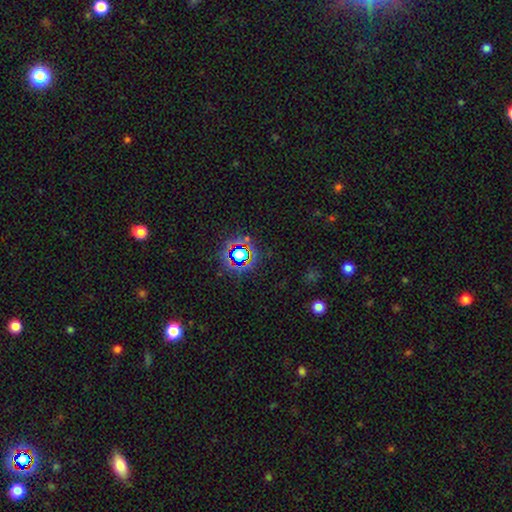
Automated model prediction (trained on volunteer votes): smooth_or_featured: star or artifact (p=0.74) [alt: smooth p=0.16]